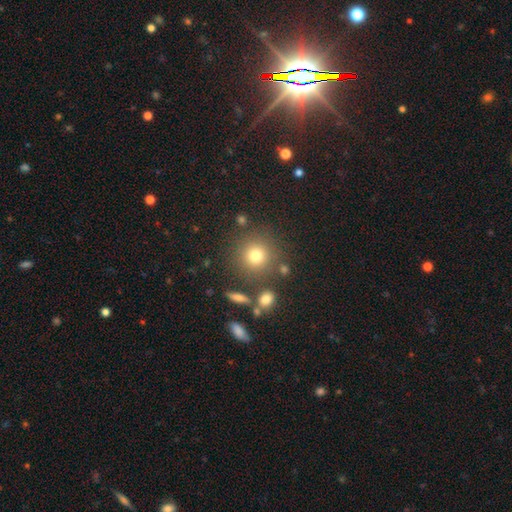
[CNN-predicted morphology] Q: Smooth or featured?
A: smooth (76%); runner-up: star or artifact (15%)
Q: How rounded?
A: round (92%); runner-up: in between (7%)
Q: Merging?
A: none (81%); runner-up: minor disturbance (9%)